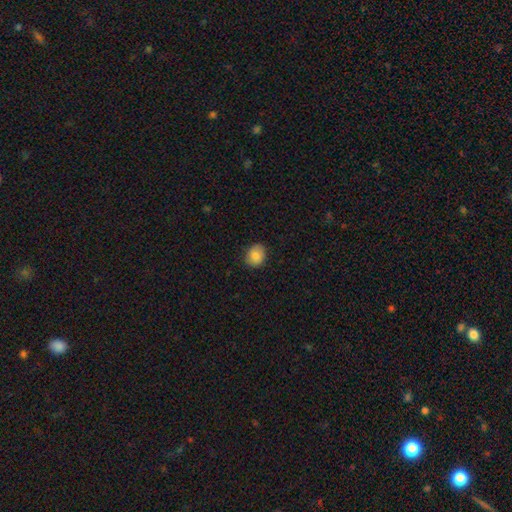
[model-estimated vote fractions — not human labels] Smooth or featured?
  - smooth: 84% *
  - star or artifact: 8%
  - featured or disk: 8%
How rounded?
  - round: 62% *
  - in between: 37%
  - cigar-shaped: 1%
Merging?
  - none: 84% *
  - minor disturbance: 13%
  - major disturbance: 2%
  - merger: 1%